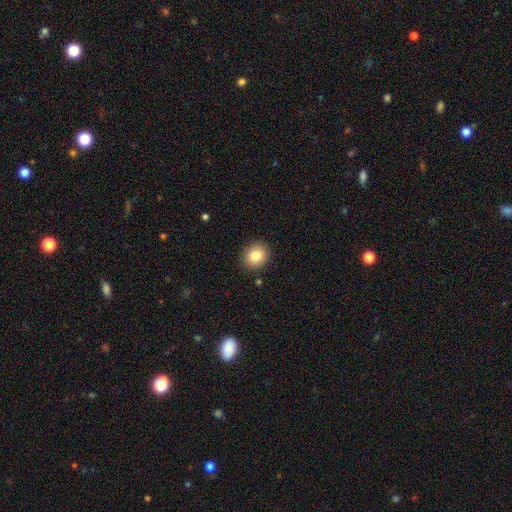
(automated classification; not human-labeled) smooth_or_featured: smooth (p=0.83) [alt: star or artifact p=0.09]
how_rounded: round (p=0.75) [alt: in between p=0.24]
merging: none (p=0.90) [alt: minor disturbance p=0.07]